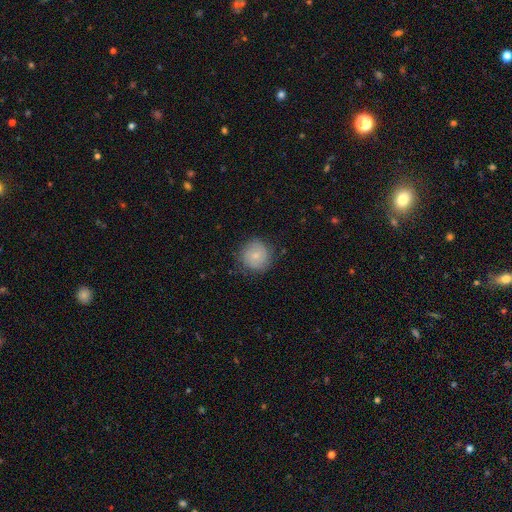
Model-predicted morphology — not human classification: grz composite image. It shows a smooth galaxy with no disk features (66%) that is round (92%). Merging: none (80%).